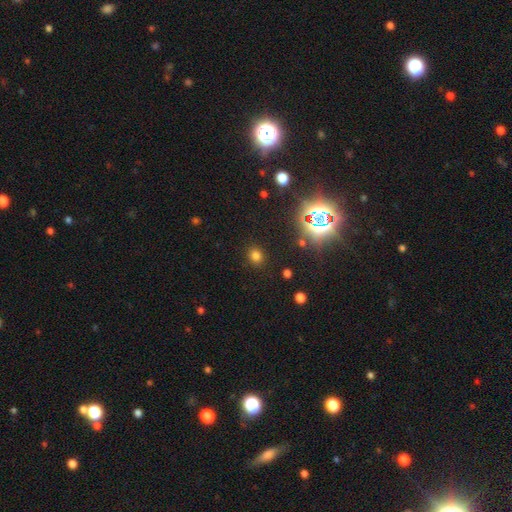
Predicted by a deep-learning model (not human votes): Q: Smooth or featured?
A: smooth (72%); runner-up: star or artifact (23%)
Q: How rounded?
A: round (66%); runner-up: in between (33%)
Q: Merging?
A: none (87%); runner-up: minor disturbance (8%)